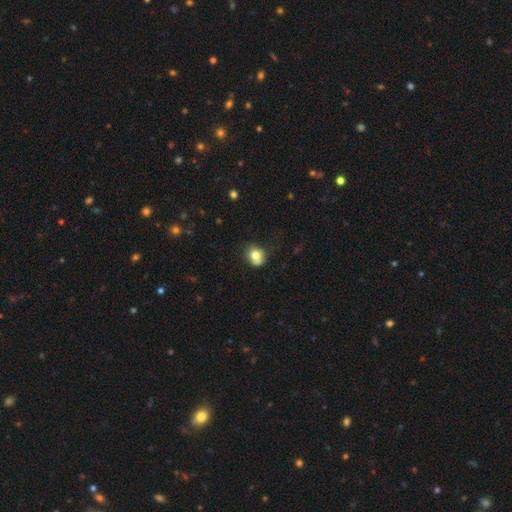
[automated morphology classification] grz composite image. It shows a smooth galaxy with no disk features (77%) that is round (66%). Merging: none (59%).